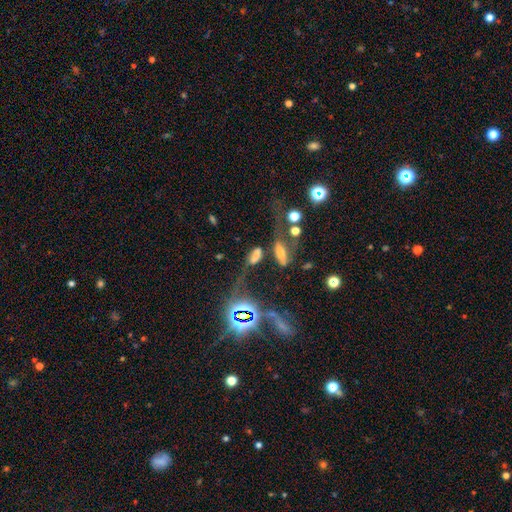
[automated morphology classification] type=smooth (50%); merging=none (34%).